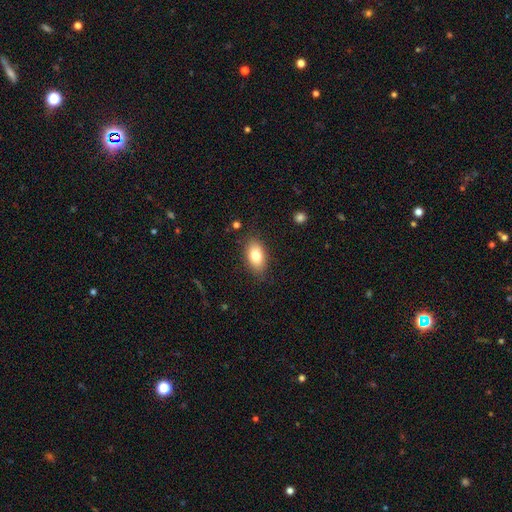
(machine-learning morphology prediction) The model was most divided on "smooth or featured": smooth: 80%, featured or disk: 13%, star or artifact: 8%. More confident: how rounded — in between (90%); merging — none (83%).